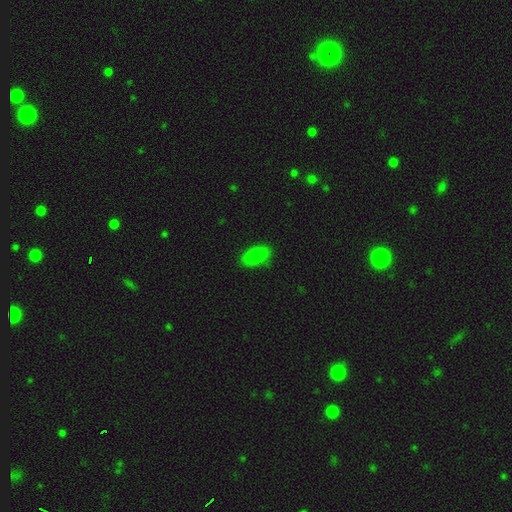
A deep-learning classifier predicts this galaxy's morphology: smooth 84%, star or artifact 10%, featured or disk 7%. Down the decision tree: how rounded — in between (90%); merging — none (84%).